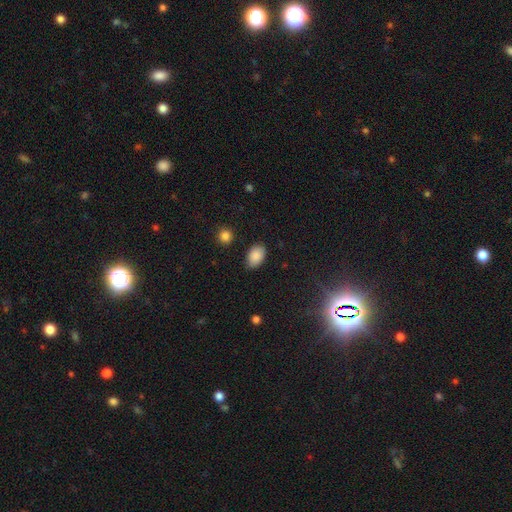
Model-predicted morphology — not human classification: Smooth or featured?
  - smooth: 87% *
  - star or artifact: 8%
  - featured or disk: 5%
How rounded?
  - in between: 88% *
  - round: 11%
  - cigar-shaped: 1%
Merging?
  - none: 81% *
  - minor disturbance: 15%
  - major disturbance: 3%
  - merger: 2%